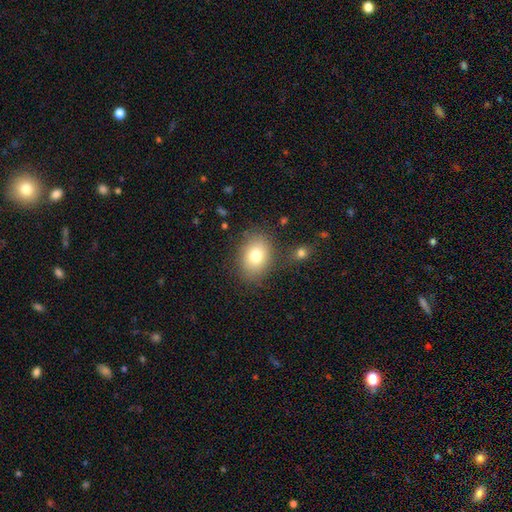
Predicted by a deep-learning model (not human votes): A smooth galaxy with no disk features (79%) that is in between round and cigar-shaped (65%).

Vote fractions:
- Smooth or featured? smooth: 79% / featured or disk: 12% / star or artifact: 10%
- How rounded? in between: 65% / round: 34% / cigar-shaped: 1%
- Merging? none: 78% / minor disturbance: 12% / merger: 5% / major disturbance: 4%